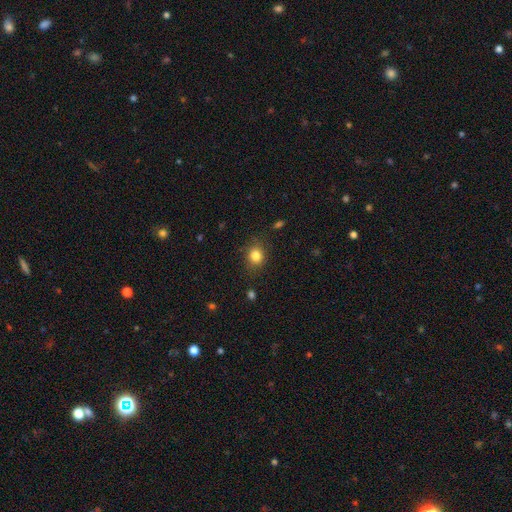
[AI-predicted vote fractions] smooth_or_featured: smooth (p=0.83) [alt: star or artifact p=0.11]
how_rounded: round (p=0.70) [alt: in between p=0.30]
merging: none (p=0.82) [alt: minor disturbance p=0.13]